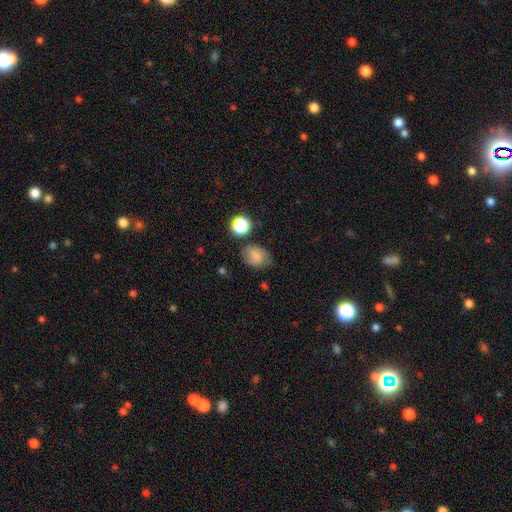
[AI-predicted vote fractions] Smooth or featured: smooth — 72% (featured or disk — 16%)
How rounded: in between — 63% (round — 36%)
Merging: none — 70% (minor disturbance — 20%)